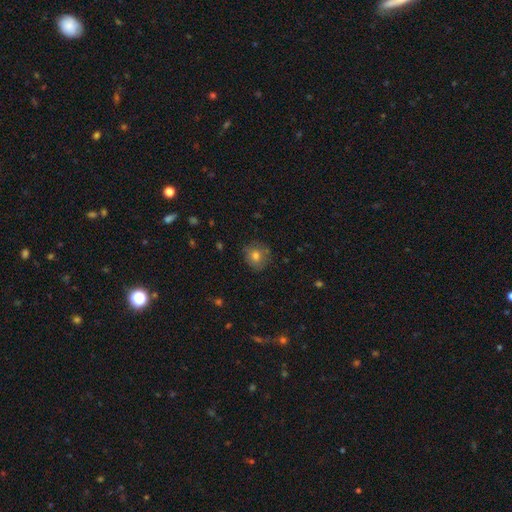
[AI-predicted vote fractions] smooth 76%, featured or disk 14%, star or artifact 10%. Down the decision tree: how rounded — round (82%); merging — none (79%).